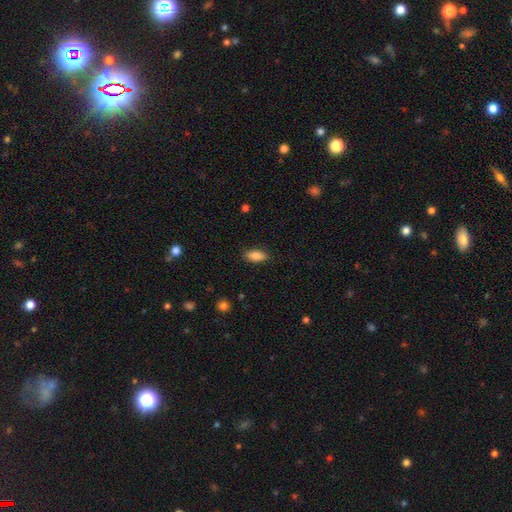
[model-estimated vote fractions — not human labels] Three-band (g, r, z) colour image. It shows a smooth galaxy with no disk features (86%) that is in between round and cigar-shaped (86%). Merging: none (86%).